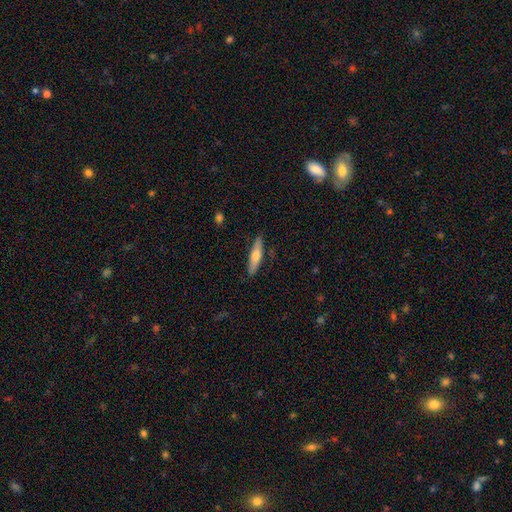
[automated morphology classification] smooth-or-featured: smooth: 59% | featured or disk: 35% | star or artifact: 6%
  how-rounded: cigar-shaped: 78% | in between: 20% | round: 2%
  merging: none: 87% | minor disturbance: 10% | major disturbance: 2% | merger: 1%